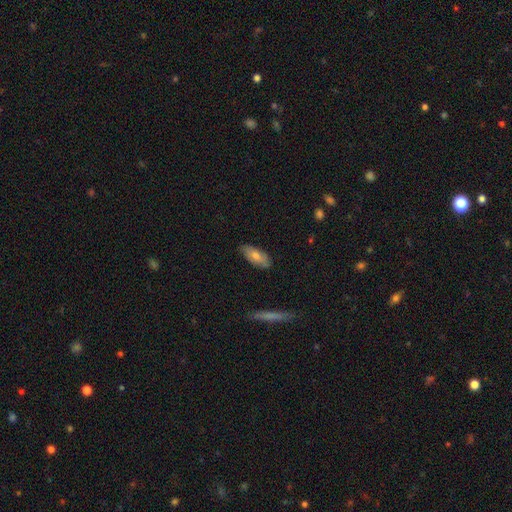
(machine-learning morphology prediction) The model was most divided on "smooth or featured": smooth: 66%, featured or disk: 27%, star or artifact: 6%. More confident: merging — none (82%); how rounded — in between (78%).